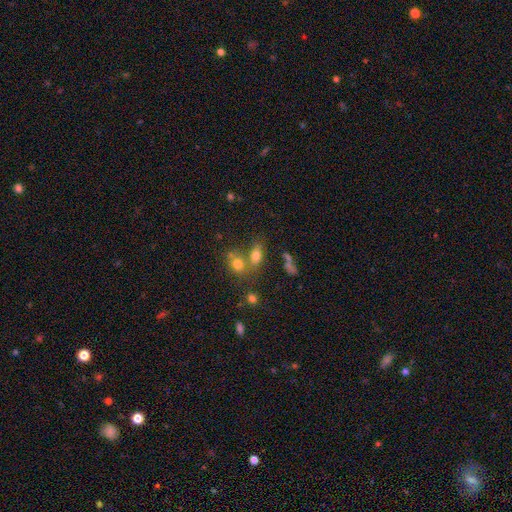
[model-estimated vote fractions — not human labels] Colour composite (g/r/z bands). It shows a smooth galaxy with no disk features (73%) that is in between round and cigar-shaped (74%). Merging: none (45%).